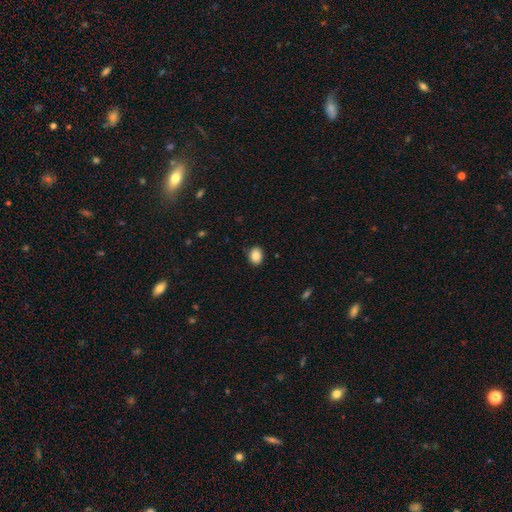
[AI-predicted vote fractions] Q: Smooth or featured?
A: smooth (87%); runner-up: star or artifact (8%)
Q: How rounded?
A: in between (59%); runner-up: round (40%)
Q: Merging?
A: none (88%); runner-up: minor disturbance (9%)